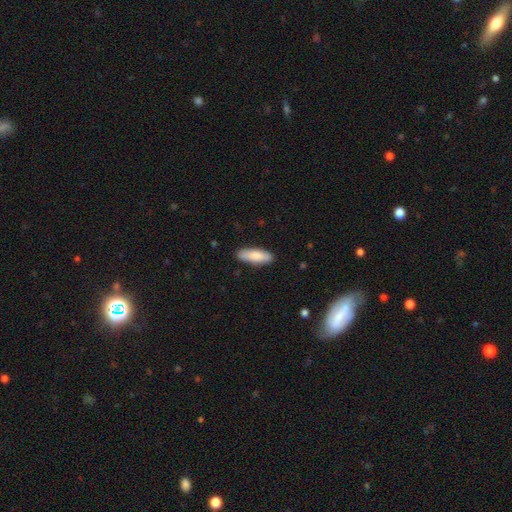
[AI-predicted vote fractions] Morphology: type=smooth (84%); roundness=in between (60%); merging=none (88%).